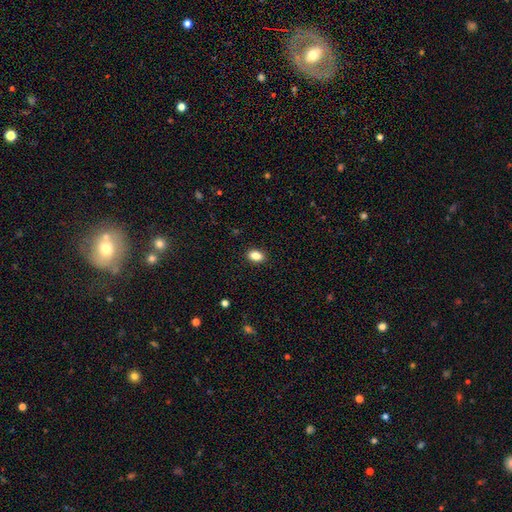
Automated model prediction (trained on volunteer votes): smooth_or_featured: smooth (p=0.86) [alt: star or artifact p=0.09]
how_rounded: in between (p=0.83) [alt: round p=0.15]
merging: none (p=0.90) [alt: minor disturbance p=0.07]